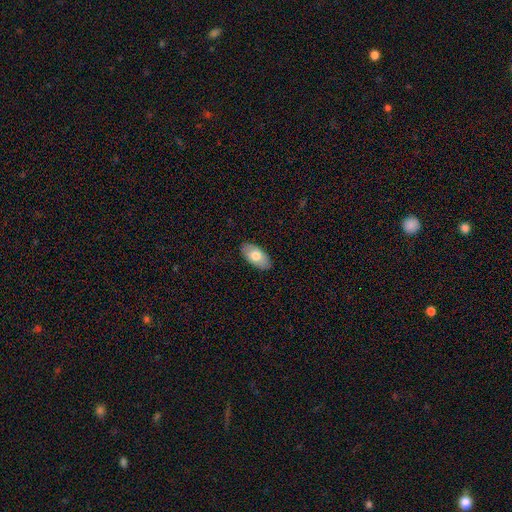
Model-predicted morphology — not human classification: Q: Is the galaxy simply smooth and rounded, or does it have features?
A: smooth — 73%.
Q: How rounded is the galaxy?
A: in between — 94%.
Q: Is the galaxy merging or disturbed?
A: none — 88%.